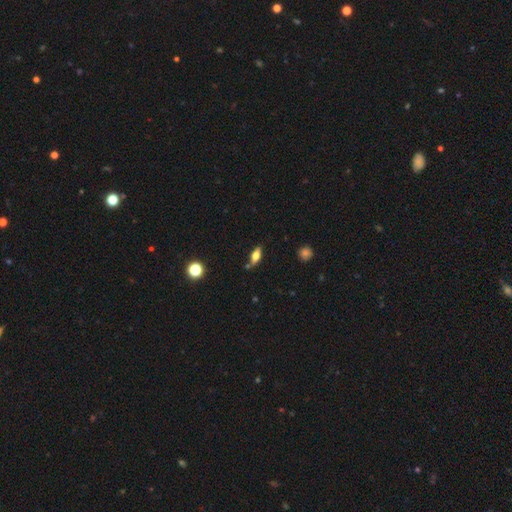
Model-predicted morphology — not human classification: A smooth galaxy with no disk features (53%) that is in between round and cigar-shaped (69%).

Vote fractions:
- Smooth or featured? smooth: 53% / featured or disk: 38% / star or artifact: 9%
- How rounded? in between: 69% / cigar-shaped: 27% / round: 5%
- Merging? none: 75% / minor disturbance: 15% / merger: 6% / major disturbance: 4%